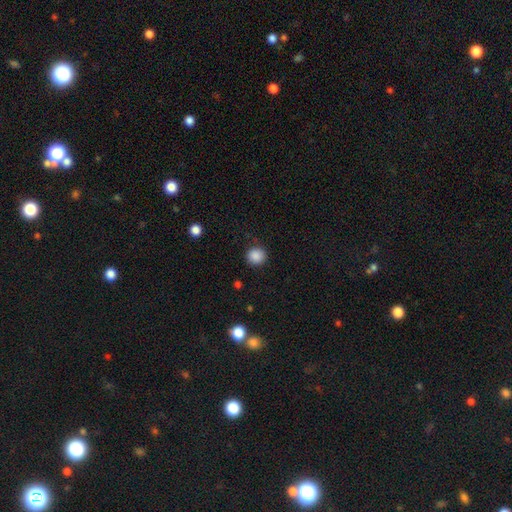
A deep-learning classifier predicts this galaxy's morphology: smooth_or_featured: smooth (p=0.88) [alt: star or artifact p=0.10]
how_rounded: round (p=0.90) [alt: in between p=0.09]
merging: none (p=0.88) [alt: minor disturbance p=0.08]